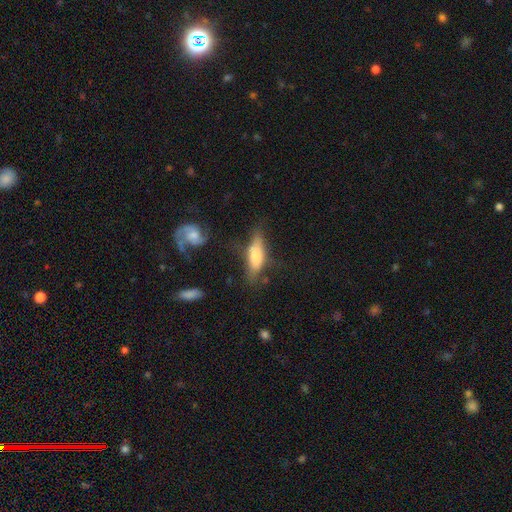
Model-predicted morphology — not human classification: A smooth galaxy with no disk features (63%) that is in between round and cigar-shaped (52%).

Vote fractions:
- Smooth or featured? smooth: 63% / featured or disk: 30% / star or artifact: 7%
- How rounded? in between: 52% / cigar-shaped: 45% / round: 3%
- Merging? none: 53% / minor disturbance: 27% / major disturbance: 14% / merger: 7%